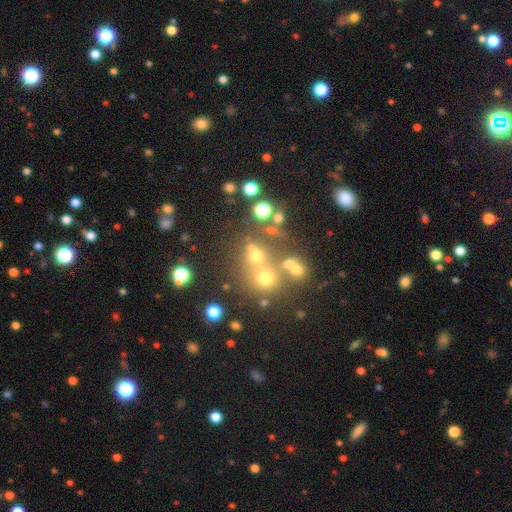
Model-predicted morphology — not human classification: This is possibly a smooth galaxy (60%). How rounded: likely round (79%). Merging: possibly none (53%).